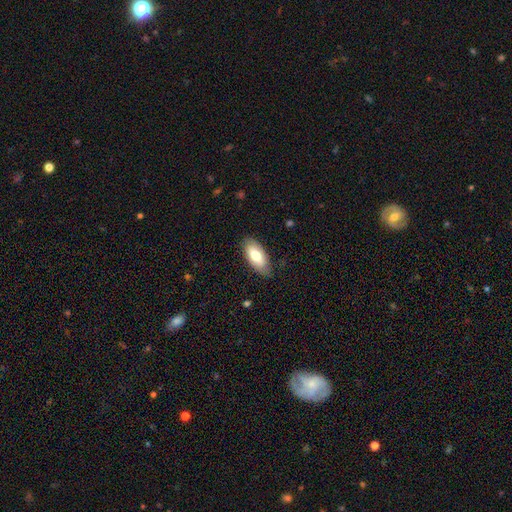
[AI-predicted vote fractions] smooth 73%, featured or disk 21%, star or artifact 6%. Down the decision tree: how rounded — in between (91%); merging — none (81%).